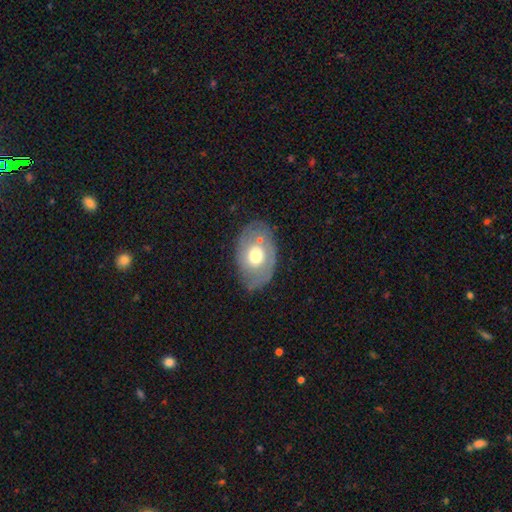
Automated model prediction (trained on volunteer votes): This is possibly a smooth galaxy (52%). How rounded: clearly in between (81%). Merging: likely none (67%).